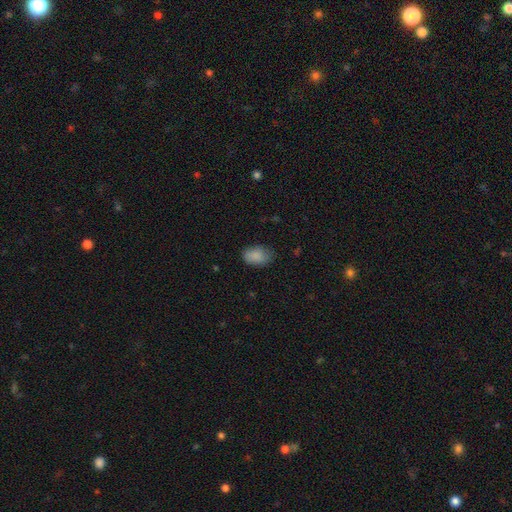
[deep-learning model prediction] Morphology: type=smooth (87%); roundness=in between (87%); merging=none (70%).